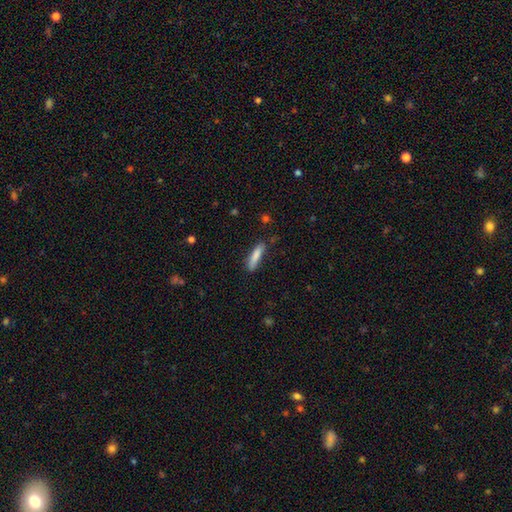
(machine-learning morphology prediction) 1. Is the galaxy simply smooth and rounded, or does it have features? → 83% smooth, 10% featured or disk, 6% star or artifact.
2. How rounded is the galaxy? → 80% cigar-shaped, 19% in between, 1% round.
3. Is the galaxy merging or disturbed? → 78% none, 16% minor disturbance, 3% major disturbance, 2% merger.